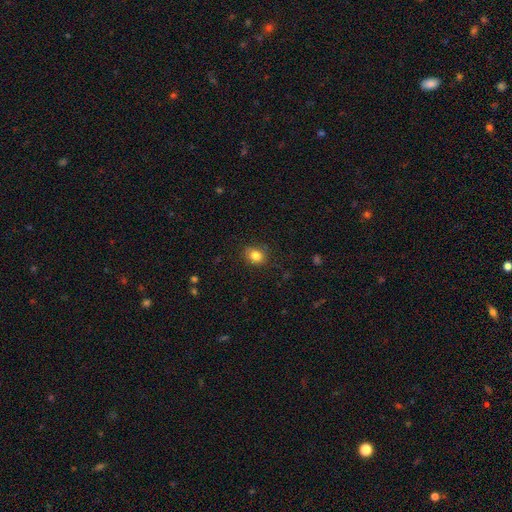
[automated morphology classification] type=smooth (83%); roundness=round (61%); merging=none (85%).